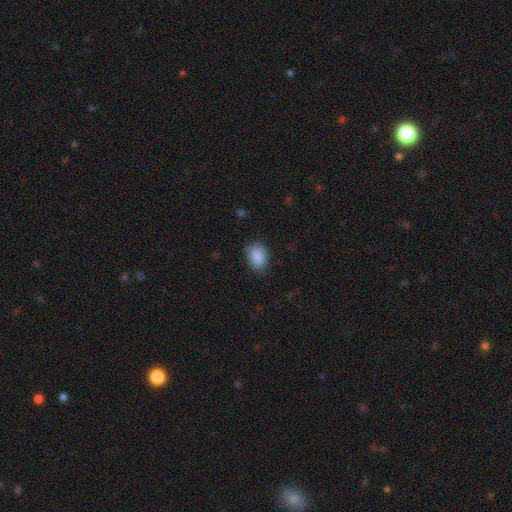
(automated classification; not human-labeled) Smooth or featured? smooth (88%)
How rounded? in between (71%)
Merging? none (78%)